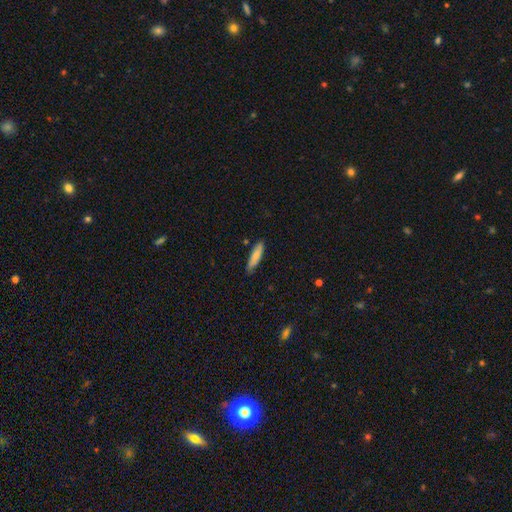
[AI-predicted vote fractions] smooth 83%, featured or disk 11%, star or artifact 6%. Down the decision tree: how rounded — cigar-shaped (77%); merging — none (84%).